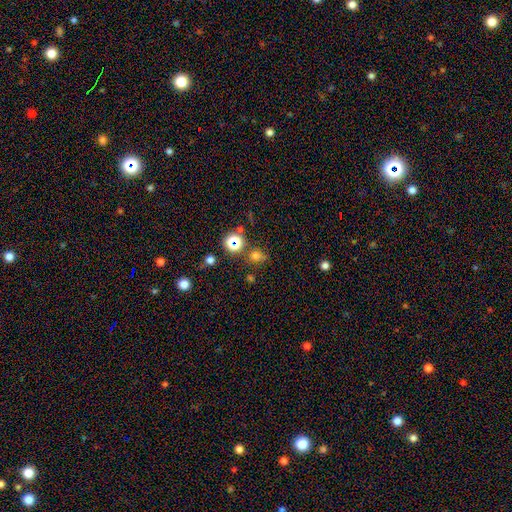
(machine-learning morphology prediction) Q: Smooth or featured?
A: smooth (58%); runner-up: star or artifact (35%)
Q: How rounded?
A: round (76%); runner-up: in between (23%)
Q: Merging?
A: none (71%); runner-up: minor disturbance (14%)